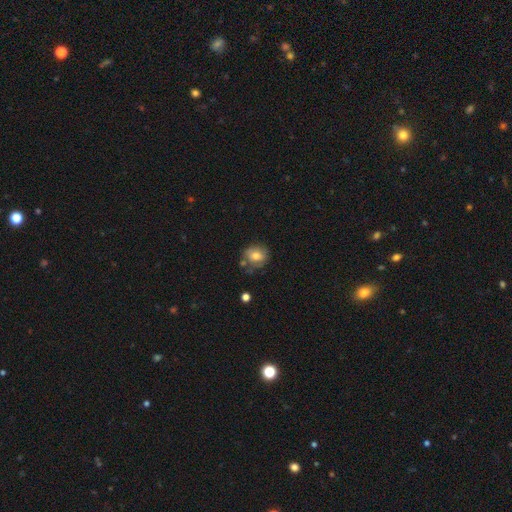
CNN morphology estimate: The model was most divided on "merging": none: 60%, minor disturbance: 23%, merger: 8%, major disturbance: 8%. More confident: how rounded — round (72%); smooth or featured — smooth (70%).